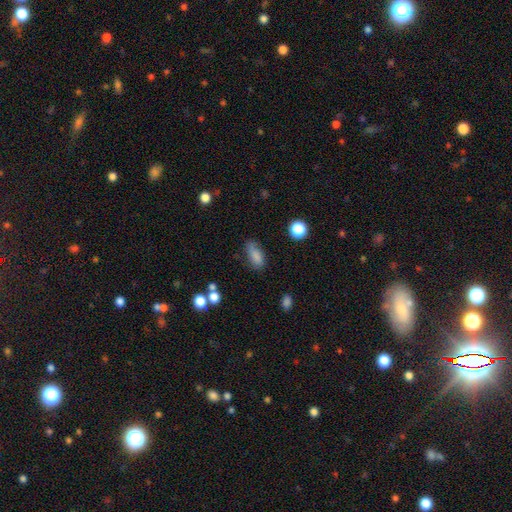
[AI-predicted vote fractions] smooth 81%, featured or disk 10%, star or artifact 9%. Down the decision tree: how rounded — in between (81%); merging — none (66%).